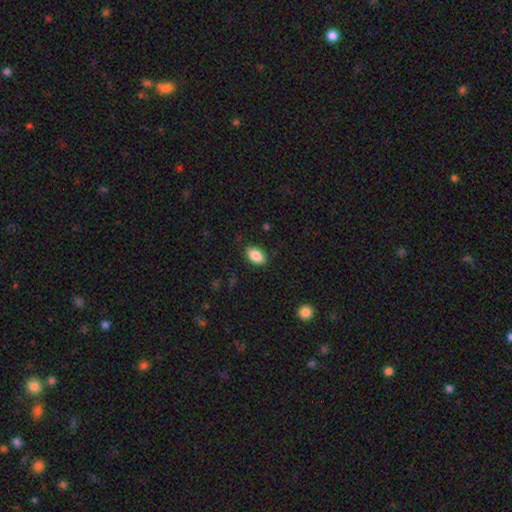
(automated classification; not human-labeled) This appears to be a smooth galaxy with no disk features (86%) that is in between round and cigar-shaped (91%). Merging: none (86%).